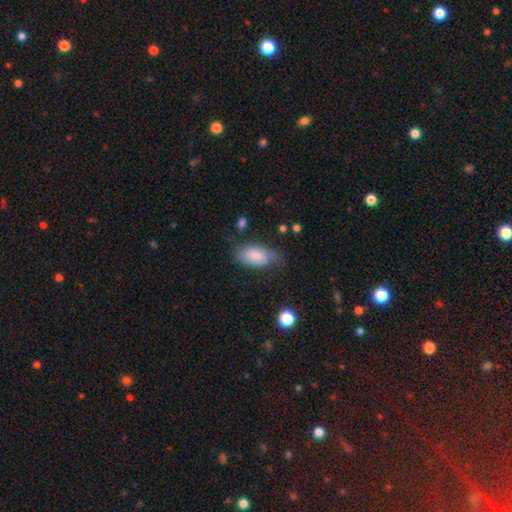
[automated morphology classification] The model was most divided on "merging": none: 57%, minor disturbance: 29%, major disturbance: 11%, merger: 2%. More confident: how rounded — in between (93%); smooth or featured — smooth (73%).